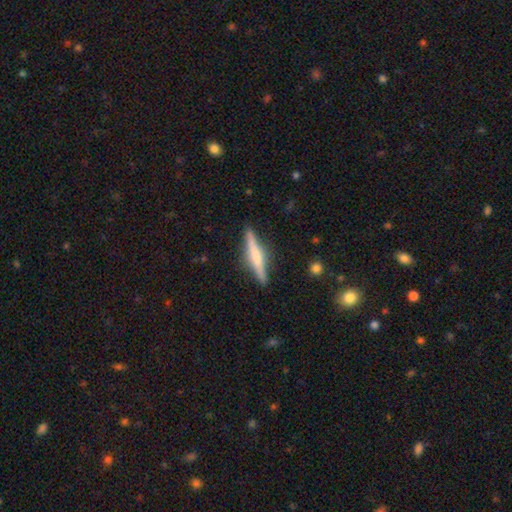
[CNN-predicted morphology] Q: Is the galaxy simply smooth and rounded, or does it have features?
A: featured or disk — 58%.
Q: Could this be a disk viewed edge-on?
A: yes — 97%.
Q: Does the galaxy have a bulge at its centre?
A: rounded — 51%.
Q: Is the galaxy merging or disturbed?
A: none — 89%.